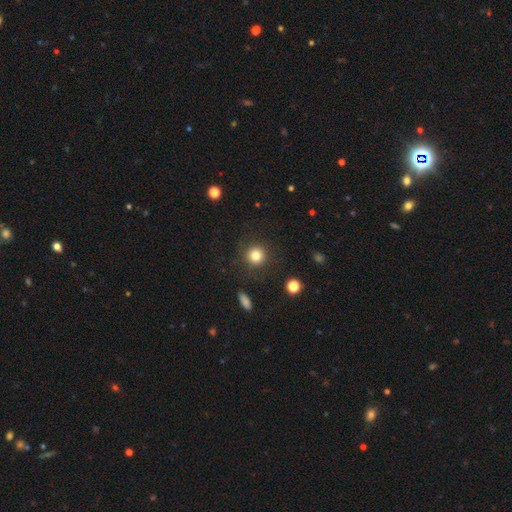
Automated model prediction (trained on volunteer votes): Morphology: type=smooth (83%); roundness=round (93%); merging=none (88%).